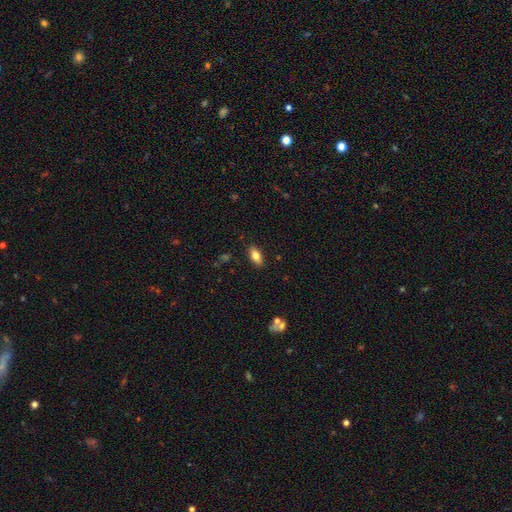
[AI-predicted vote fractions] This is likely a smooth galaxy (79%). How rounded: clearly in between (88%). Merging: clearly none (87%).